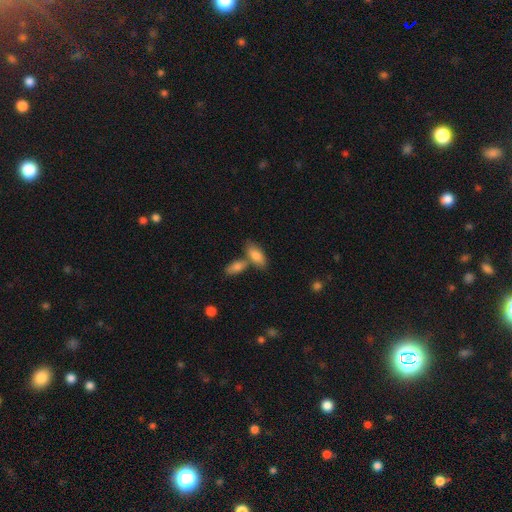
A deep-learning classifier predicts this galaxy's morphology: Smooth or featured? smooth (81%)
How rounded? in between (84%)
Merging? none (49%)